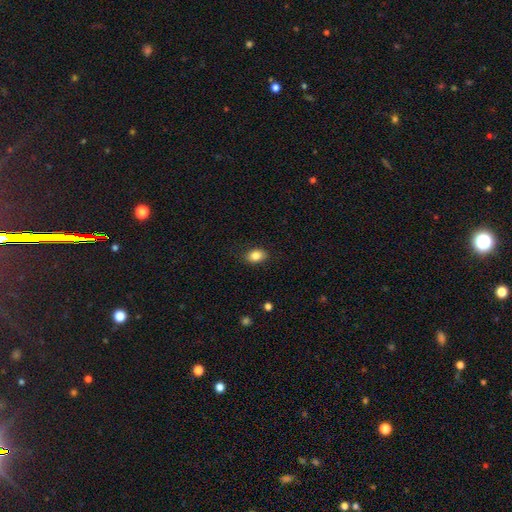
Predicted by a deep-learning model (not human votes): Overall: smooth (85%). How rounded: in between (81%). Merging: none (86%).